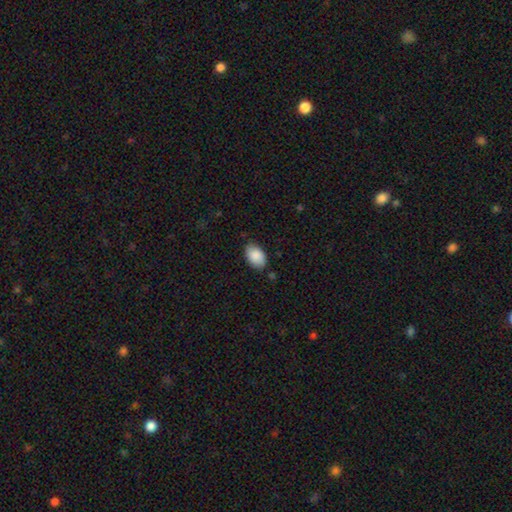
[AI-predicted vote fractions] smooth 89%, star or artifact 6%, featured or disk 5%. Down the decision tree: how rounded — in between (89%); merging — none (78%).